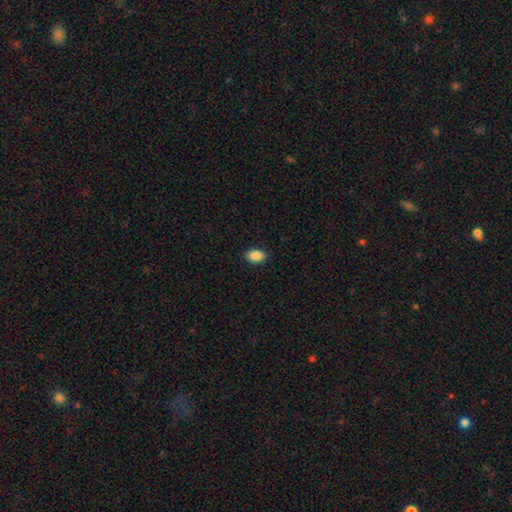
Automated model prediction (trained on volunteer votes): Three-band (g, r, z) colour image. It shows a smooth galaxy with no disk features (89%) that is in between round and cigar-shaped (85%). Merging: none (90%).